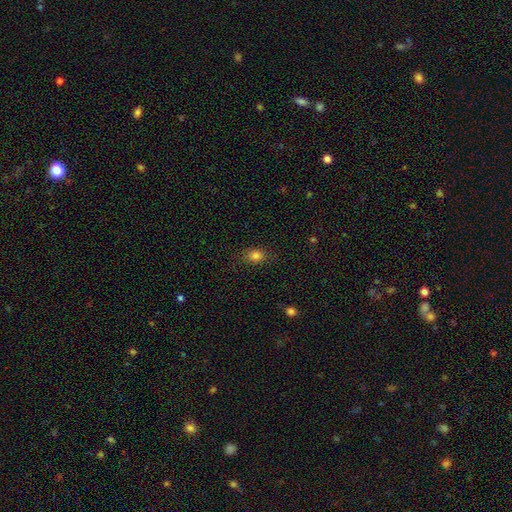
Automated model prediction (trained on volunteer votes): Q: Smooth or featured?
A: smooth (81%); runner-up: star or artifact (12%)
Q: How rounded?
A: in between (60%); runner-up: round (38%)
Q: Merging?
A: none (83%); runner-up: minor disturbance (13%)